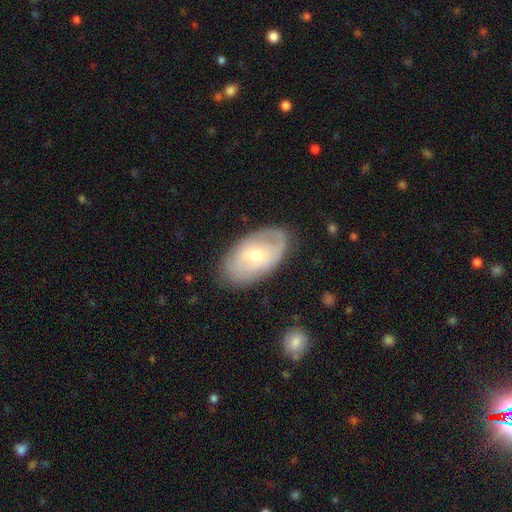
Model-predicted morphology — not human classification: This appears to be a featured or disk galaxy (50%). Merging: none (77%).